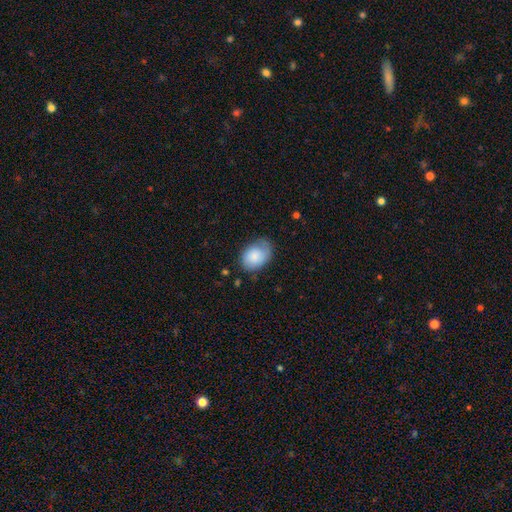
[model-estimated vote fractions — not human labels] Q: Smooth or featured?
A: smooth (81%); runner-up: featured or disk (12%)
Q: How rounded?
A: in between (74%); runner-up: round (25%)
Q: Merging?
A: none (57%); runner-up: minor disturbance (31%)